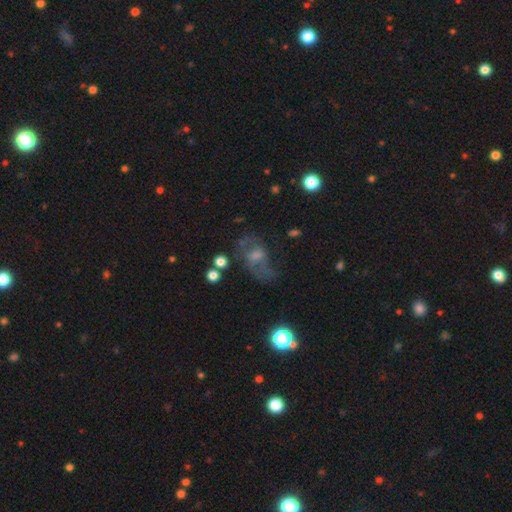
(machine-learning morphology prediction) Smooth or featured? Predicted: featured or disk (p=0.54). Edge-on disk? Predicted: no (p=0.93). Merging? Predicted: none (p=0.53).